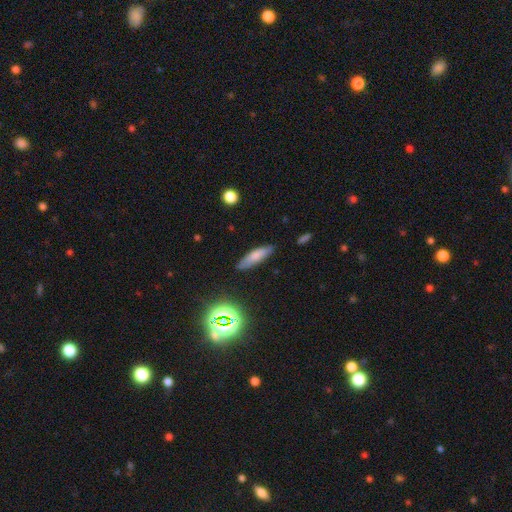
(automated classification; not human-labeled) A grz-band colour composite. It shows a smooth galaxy with no disk features (72%) that is cigar-shaped (67%). Merging: none (83%).